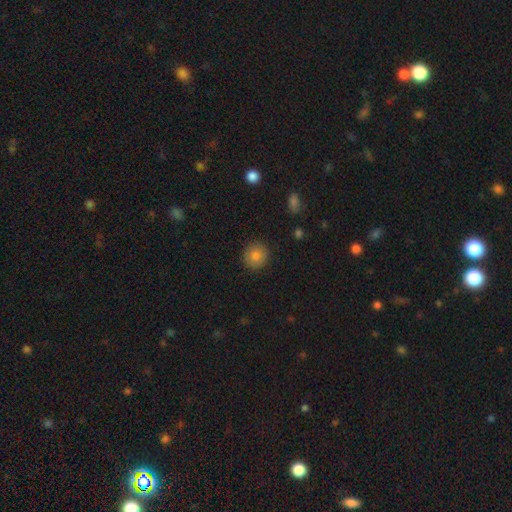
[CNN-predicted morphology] smooth_or_featured: smooth (p=0.83) [alt: star or artifact p=0.10]
how_rounded: round (p=0.91) [alt: in between p=0.09]
merging: none (p=0.89) [alt: minor disturbance p=0.08]